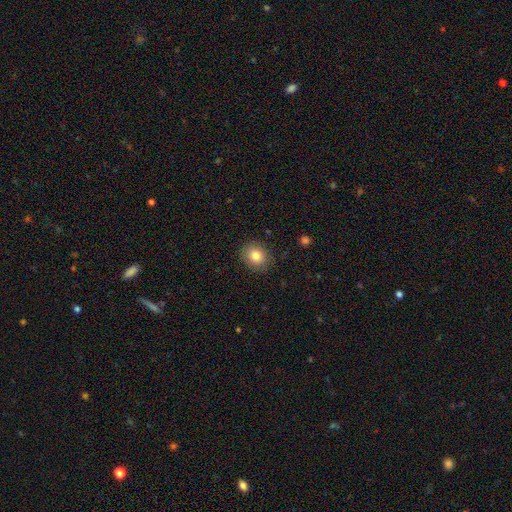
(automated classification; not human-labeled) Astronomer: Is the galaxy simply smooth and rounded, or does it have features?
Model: smooth — 82%.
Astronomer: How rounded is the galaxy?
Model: round — 70%.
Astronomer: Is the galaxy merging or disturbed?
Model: none — 86%.